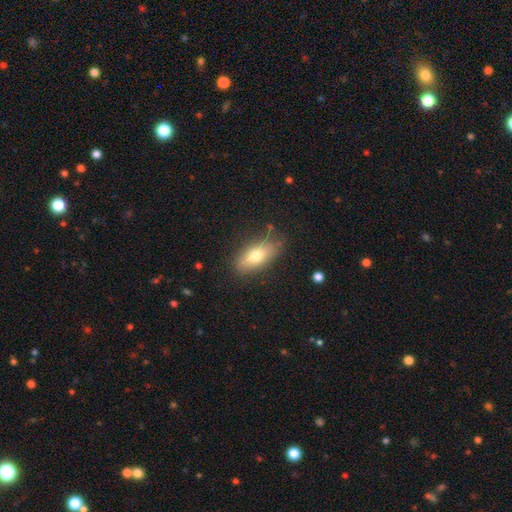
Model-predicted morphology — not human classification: Smooth or featured: smooth — 73% (featured or disk — 19%)
How rounded: in between — 82% (cigar-shaped — 14%)
Merging: none — 79% (minor disturbance — 15%)